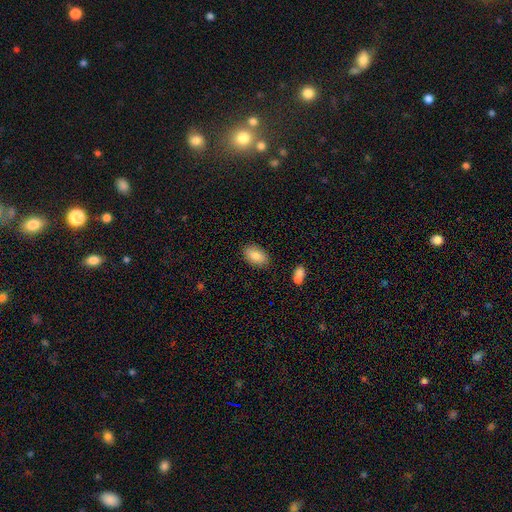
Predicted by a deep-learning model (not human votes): Smooth or featured: smooth — 85% (featured or disk — 8%)
How rounded: in between — 92% (round — 6%)
Merging: none — 85% (minor disturbance — 11%)